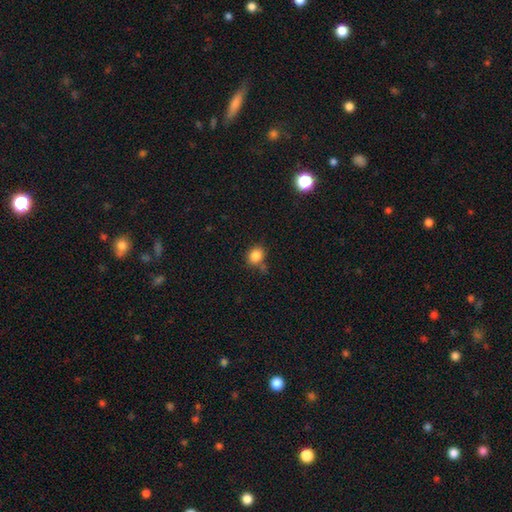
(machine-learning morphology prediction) This appears to be a smooth galaxy with no disk features (84%) that is round (65%). Merging: none (65%).